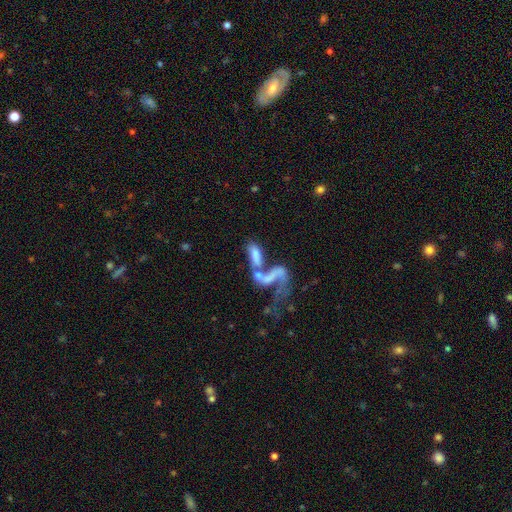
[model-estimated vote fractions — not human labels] Q: Smooth or featured?
A: smooth (50%); runner-up: featured or disk (38%)
Q: How rounded?
A: in between (61%); runner-up: cigar-shaped (35%)
Q: Merging?
A: merger (66%); runner-up: major disturbance (15%)